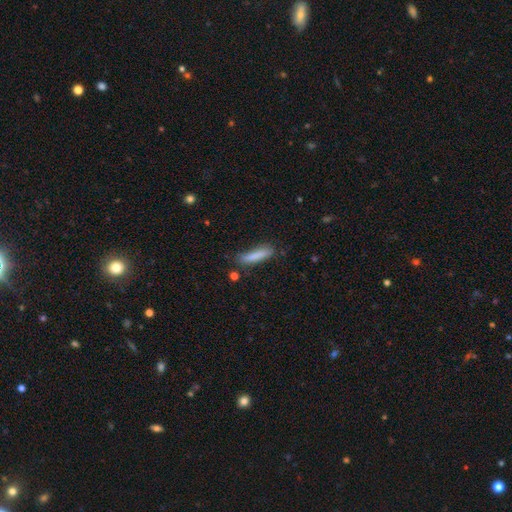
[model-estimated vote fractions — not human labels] Smooth or featured: smooth — 83% (featured or disk — 10%)
How rounded: cigar-shaped — 84% (in between — 15%)
Merging: none — 75% (minor disturbance — 18%)